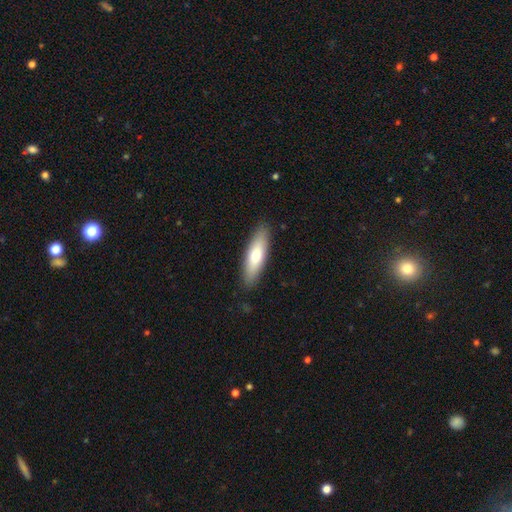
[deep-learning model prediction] A smooth galaxy with no disk features (68%) that is cigar-shaped (60%).

Vote fractions:
- Smooth or featured? smooth: 68% / featured or disk: 26% / star or artifact: 6%
- How rounded? cigar-shaped: 60% / in between: 38% / round: 2%
- Merging? none: 88% / minor disturbance: 9% / major disturbance: 2% / merger: 1%